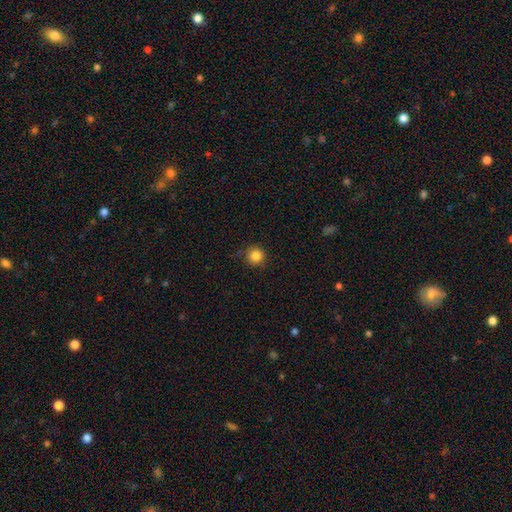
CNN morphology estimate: Smooth or featured?
  - smooth: 84% *
  - star or artifact: 11%
  - featured or disk: 5%
How rounded?
  - round: 95% *
  - in between: 4%
  - cigar-shaped: 1%
Merging?
  - none: 84% *
  - minor disturbance: 11%
  - major disturbance: 3%
  - merger: 1%